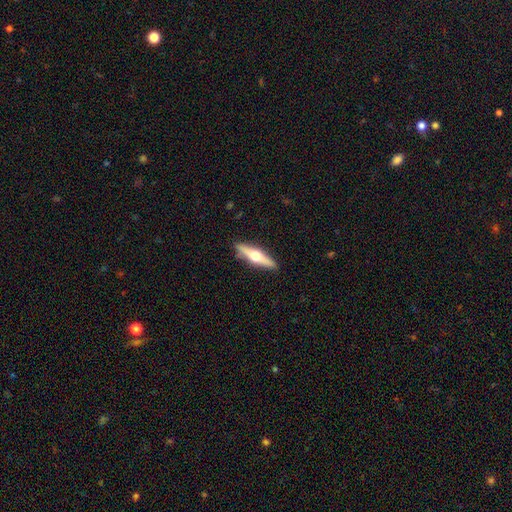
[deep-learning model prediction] Q: Smooth or featured?
A: featured or disk (61%); runner-up: smooth (34%)
Q: Edge-on disk?
A: yes (95%); runner-up: no (5%)
Q: Edge-on bulge?
A: rounded (95%); runner-up: boxy (2%)
Q: Merging?
A: none (89%); runner-up: minor disturbance (8%)